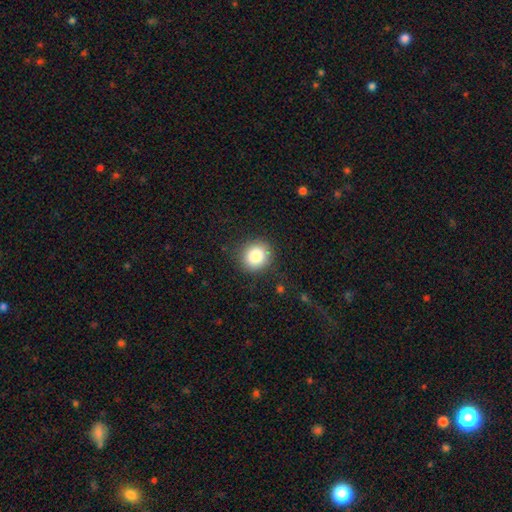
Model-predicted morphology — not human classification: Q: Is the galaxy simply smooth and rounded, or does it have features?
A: smooth — 85%.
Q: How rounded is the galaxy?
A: round — 80%.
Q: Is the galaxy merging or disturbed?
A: none — 86%.